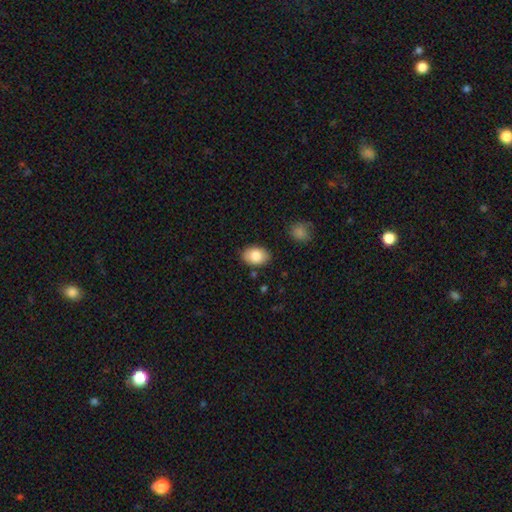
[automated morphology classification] Smooth or featured? smooth (85%)
How rounded? in between (83%)
Merging? none (84%)